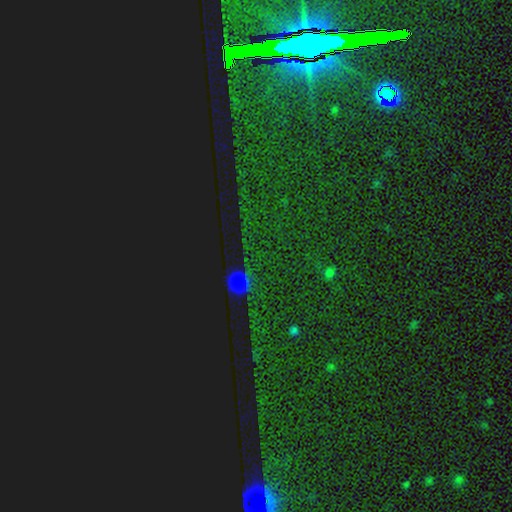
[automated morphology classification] This appears to be a star or artifact, not a galaxy (80%).